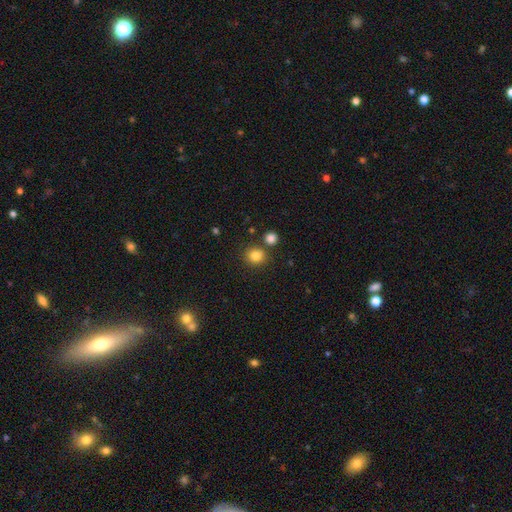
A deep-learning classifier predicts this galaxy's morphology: smooth-or-featured: smooth: 82% | star or artifact: 12% | featured or disk: 6%
  how-rounded: round: 86% | in between: 13% | cigar-shaped: 1%
  merging: none: 77% | merger: 12% | minor disturbance: 8% | major disturbance: 3%